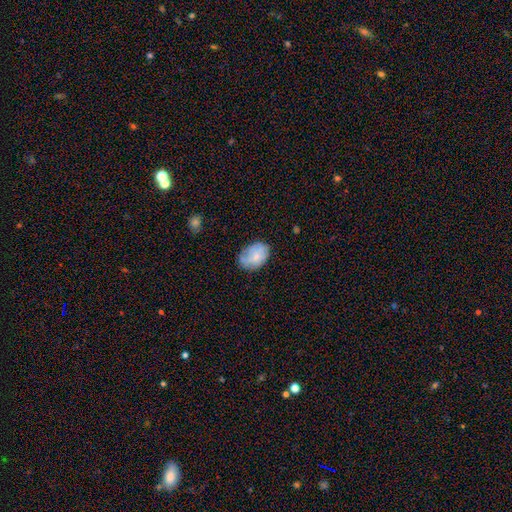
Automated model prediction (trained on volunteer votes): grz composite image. It shows a smooth galaxy with no disk features (65%) that is in between round and cigar-shaped (78%). Merging: none (63%).